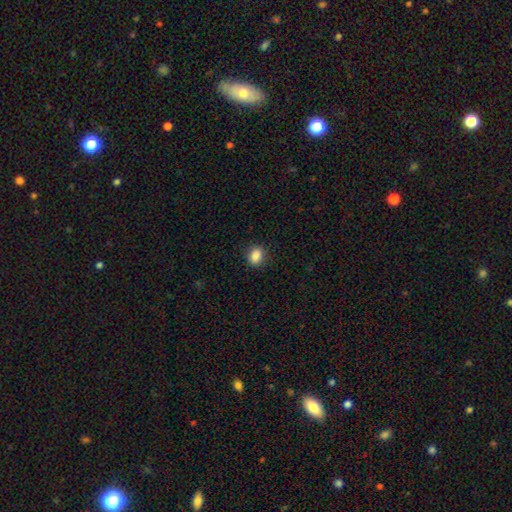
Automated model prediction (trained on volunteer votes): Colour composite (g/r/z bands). It shows a smooth galaxy with no disk features (88%) that is in between round and cigar-shaped (62%). Merging: none (88%).